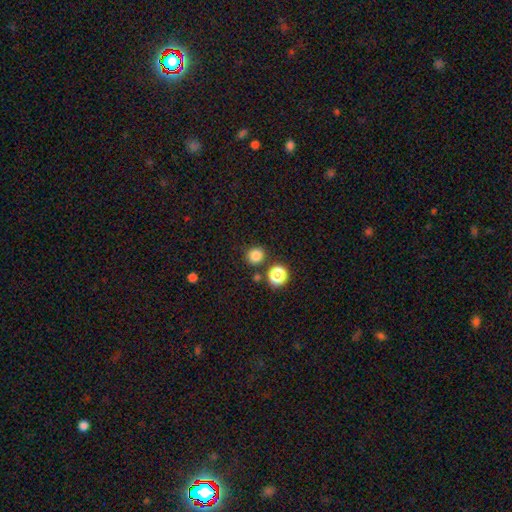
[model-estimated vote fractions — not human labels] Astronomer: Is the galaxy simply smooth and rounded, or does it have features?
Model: smooth — 82%.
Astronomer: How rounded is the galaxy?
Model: round — 88%.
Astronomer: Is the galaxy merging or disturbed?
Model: none — 83%.